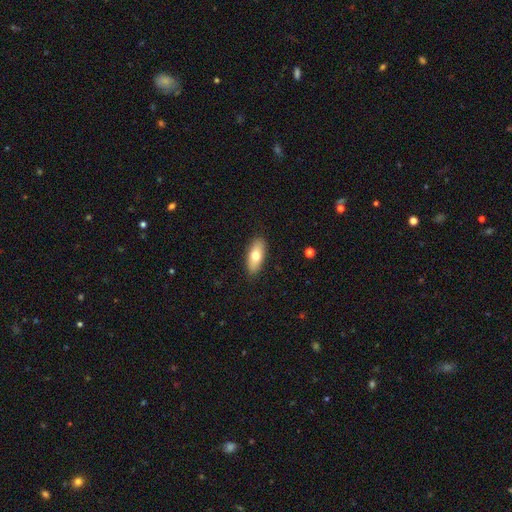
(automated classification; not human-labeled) smooth 71%, featured or disk 23%, star or artifact 6%. Down the decision tree: how rounded — in between (81%); merging — none (88%).